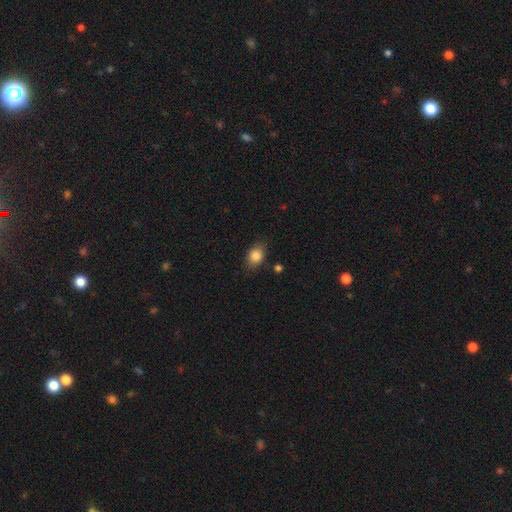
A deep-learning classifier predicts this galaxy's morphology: smooth-or-featured: smooth: 85% | star or artifact: 9% | featured or disk: 6%
  how-rounded: in between: 69% | round: 30% | cigar-shaped: 1%
  merging: none: 78% | minor disturbance: 16% | major disturbance: 4% | merger: 2%